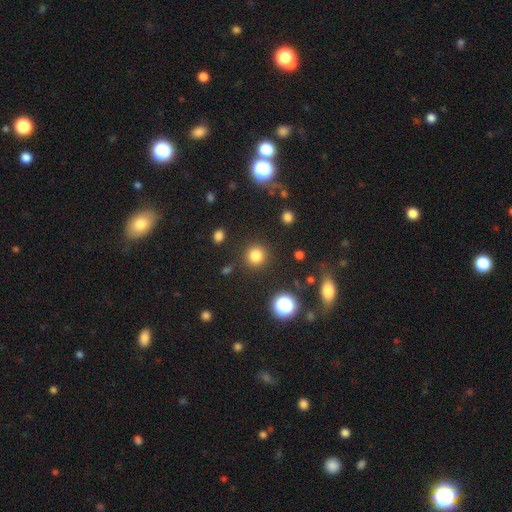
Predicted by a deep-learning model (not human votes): Smooth or featured?
  - smooth: 80% *
  - star or artifact: 15%
  - featured or disk: 5%
How rounded?
  - round: 92% *
  - in between: 7%
  - cigar-shaped: 1%
Merging?
  - none: 89% *
  - minor disturbance: 6%
  - major disturbance: 3%
  - merger: 2%